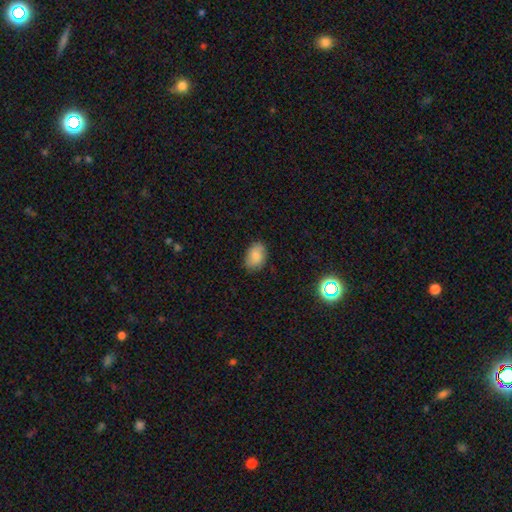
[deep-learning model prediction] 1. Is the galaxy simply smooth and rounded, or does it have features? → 83% smooth, 9% star or artifact, 8% featured or disk.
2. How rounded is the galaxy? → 82% in between, 17% round, 1% cigar-shaped.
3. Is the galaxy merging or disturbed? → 83% none, 14% minor disturbance, 3% major disturbance, 1% merger.